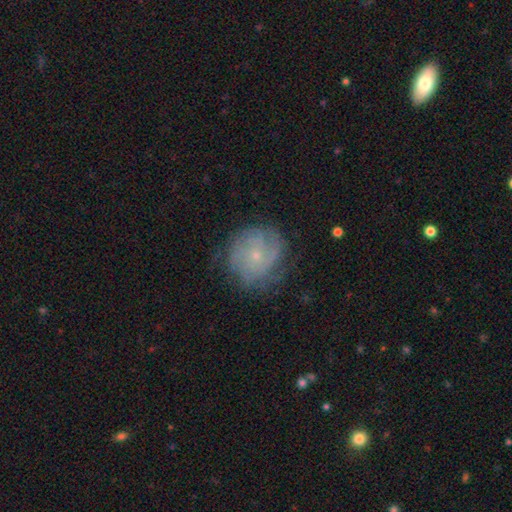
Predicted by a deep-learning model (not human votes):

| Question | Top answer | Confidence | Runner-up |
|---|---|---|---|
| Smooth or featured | featured or disk | 60% | smooth (29%) |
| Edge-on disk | no | 97% | yes (3%) |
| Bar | no | 83% | weak (15%) |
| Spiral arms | yes | 83% | no (17%) |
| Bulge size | small | 78% | moderate (17%) |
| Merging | none | 72% | minor disturbance (19%) |